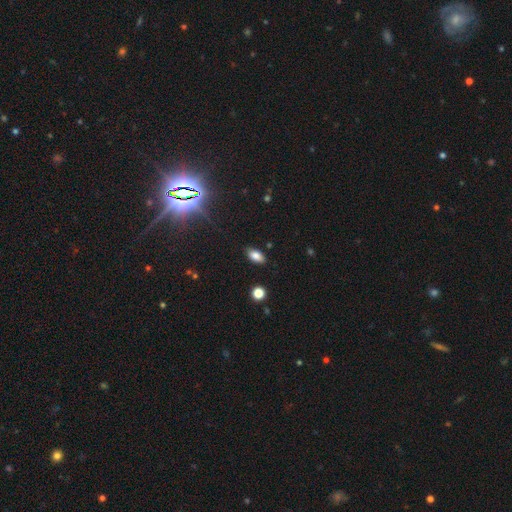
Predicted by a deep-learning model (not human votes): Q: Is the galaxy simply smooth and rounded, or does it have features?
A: smooth — 81%.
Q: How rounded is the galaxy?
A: in between — 91%.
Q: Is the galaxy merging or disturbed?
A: none — 87%.